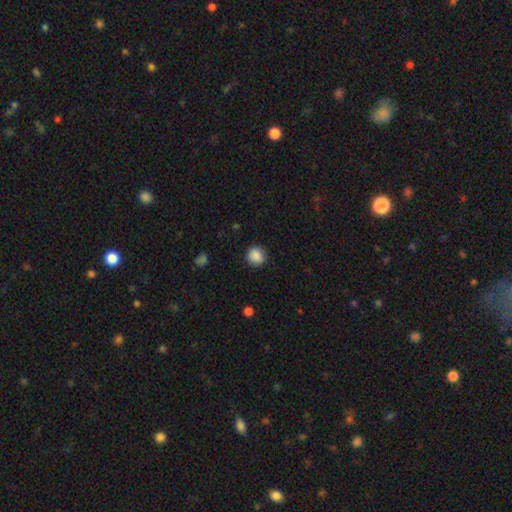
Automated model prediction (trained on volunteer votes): Smooth or featured? Predicted: smooth (p=0.88). How rounded? Predicted: round (p=0.89). Merging? Predicted: none (p=0.89).